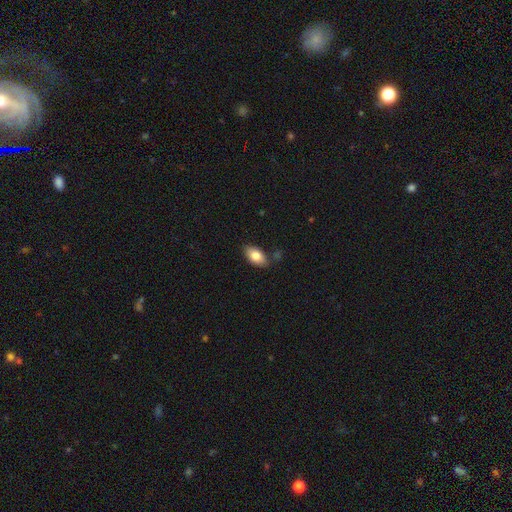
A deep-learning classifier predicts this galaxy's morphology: This is clearly a smooth galaxy (81%). How rounded: clearly in between (92%). Merging: likely none (79%).